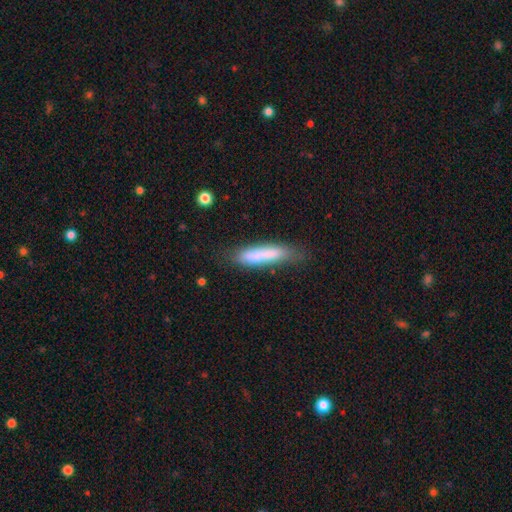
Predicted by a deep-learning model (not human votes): Morphology: type=smooth (74%); roundness=cigar-shaped (75%); merging=none (67%).